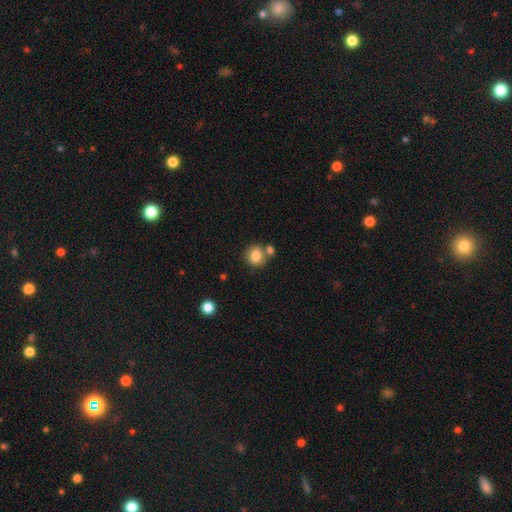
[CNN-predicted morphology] Smooth or featured? smooth (83%)
How rounded? round (82%)
Merging? none (66%)